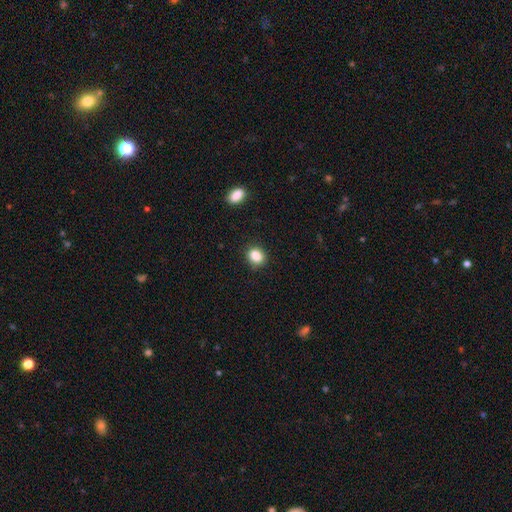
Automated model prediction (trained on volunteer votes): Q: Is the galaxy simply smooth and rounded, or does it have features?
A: smooth — 86%.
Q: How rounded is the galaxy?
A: round — 52%.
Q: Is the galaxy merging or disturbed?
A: none — 86%.